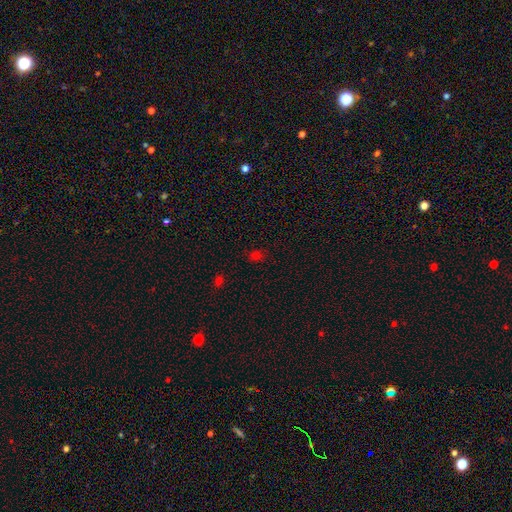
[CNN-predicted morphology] Smooth or featured?
  - smooth: 67% *
  - star or artifact: 27%
  - featured or disk: 5%
How rounded?
  - in between: 49% * (tied)
  - round: 49% * (tied)
  - cigar-shaped: 2%
Merging?
  - none: 79% *
  - minor disturbance: 14%
  - major disturbance: 4%
  - merger: 2%